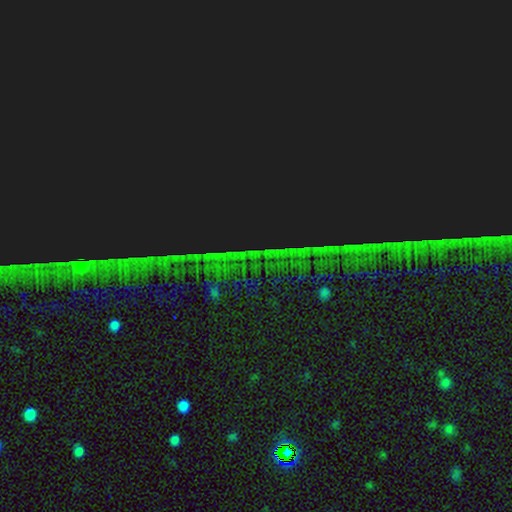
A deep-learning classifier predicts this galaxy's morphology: The model was most divided on "smooth or featured": star or artifact: 87%, featured or disk: 7%, smooth: 7%.